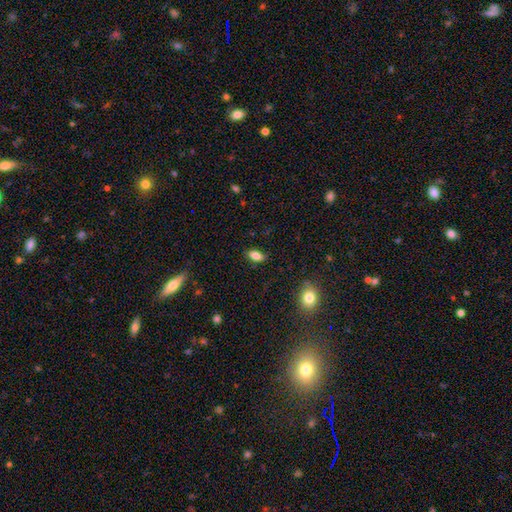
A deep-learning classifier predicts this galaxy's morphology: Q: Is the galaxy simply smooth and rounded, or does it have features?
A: smooth — 83%.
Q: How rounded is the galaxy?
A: in between — 87%.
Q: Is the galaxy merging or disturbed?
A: none — 84%.